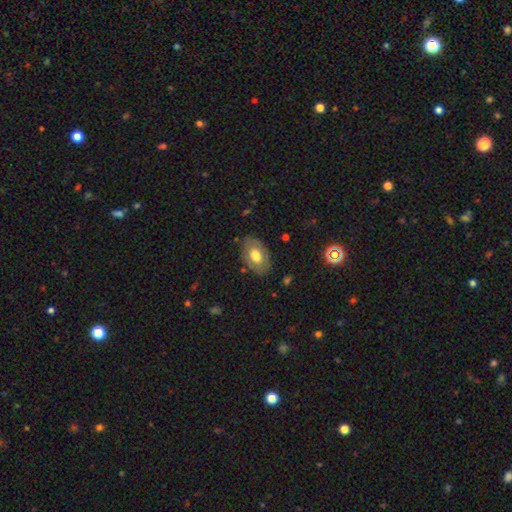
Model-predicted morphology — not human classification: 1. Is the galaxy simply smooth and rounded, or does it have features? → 58% smooth, 35% featured or disk, 7% star or artifact.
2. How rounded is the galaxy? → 86% in between, 13% round, 1% cigar-shaped.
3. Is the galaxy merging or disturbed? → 80% none, 15% minor disturbance, 4% major disturbance, 1% merger.